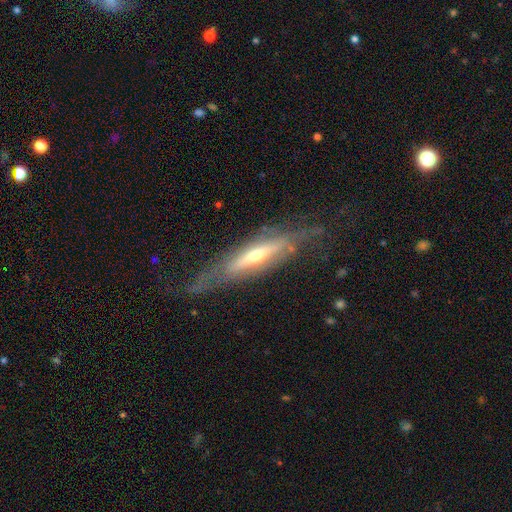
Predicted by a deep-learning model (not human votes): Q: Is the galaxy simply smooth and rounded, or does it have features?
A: featured or disk — 77%.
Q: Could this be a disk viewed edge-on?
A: yes — 69%.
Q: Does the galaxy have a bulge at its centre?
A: rounded — 75%.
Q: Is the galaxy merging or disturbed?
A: none — 61%.